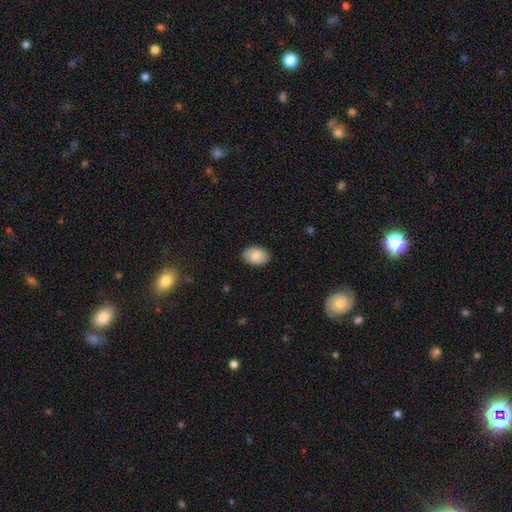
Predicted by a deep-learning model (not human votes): A smooth galaxy with no disk features (86%) that is in between round and cigar-shaped (86%). Merging: none (88%).